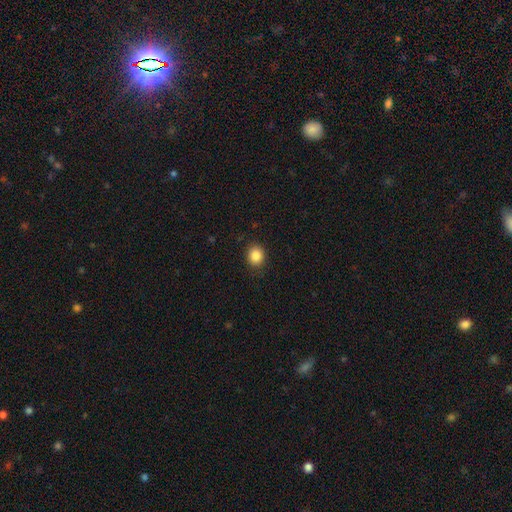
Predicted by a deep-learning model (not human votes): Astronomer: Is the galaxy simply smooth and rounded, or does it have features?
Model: smooth — 86%.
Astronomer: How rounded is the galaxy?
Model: round — 72%.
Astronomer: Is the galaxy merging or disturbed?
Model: none — 88%.